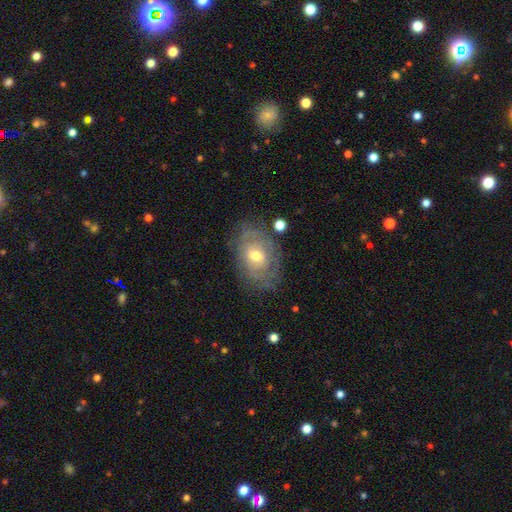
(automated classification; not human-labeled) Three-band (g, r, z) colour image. It shows a featured or disk galaxy (65%) with no bar (63%), spiral arms (71%) and a moderate central bulge (63%). Merging: none (66%).